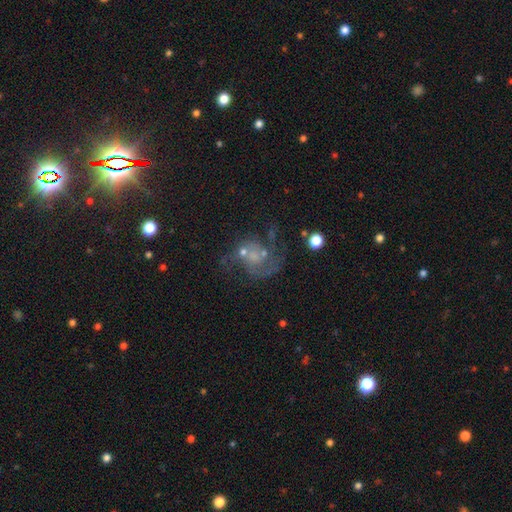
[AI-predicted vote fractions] This is likely a featured or disk galaxy (72%). It is clearly not viewed edge-on (98%). Bar: likely no (71%). Spiral arm pattern: clearly yes (82%). Spiral arm count: likely 2 (60%). Spiral winding: marginally medium (43%). Central bulge: marginally small (43%). Merging: marginally none (38%).